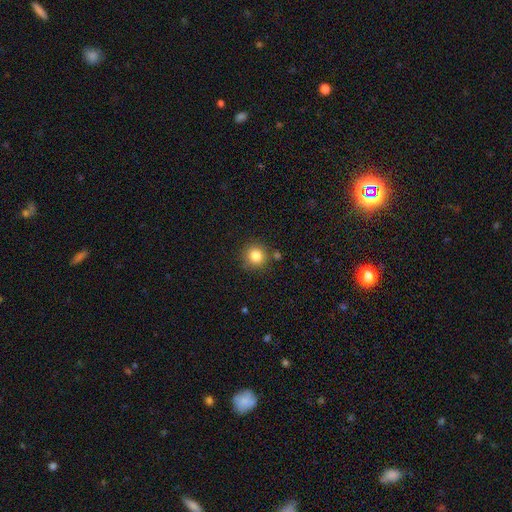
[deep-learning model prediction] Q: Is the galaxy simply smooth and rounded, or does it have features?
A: smooth — 84%.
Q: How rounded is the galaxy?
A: round — 92%.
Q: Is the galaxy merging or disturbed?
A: none — 82%.